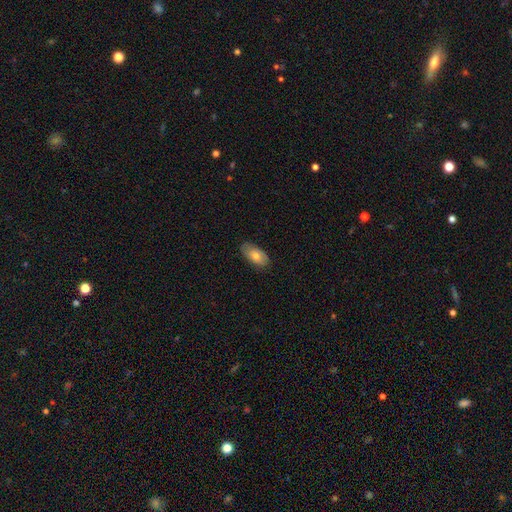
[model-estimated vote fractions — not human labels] The model was most divided on "smooth or featured": smooth: 75%, featured or disk: 19%, star or artifact: 6%. More confident: how rounded — in between (93%); merging — none (81%).